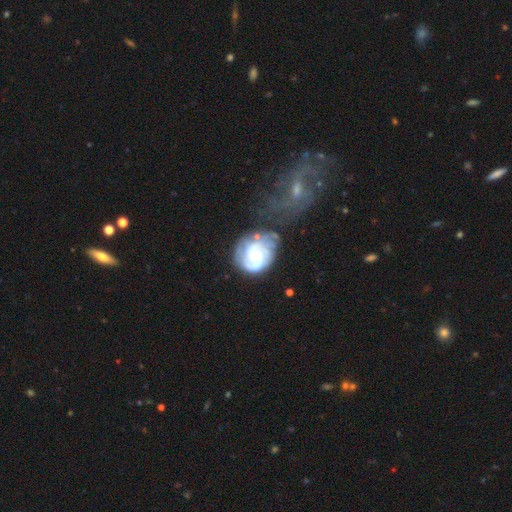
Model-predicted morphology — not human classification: Smooth or featured? Predicted: featured or disk (p=0.79). Edge-on disk? Predicted: no (p=0.98). Bar? Predicted: no (p=0.61). Spiral arms? Predicted: yes (p=0.92). Spiral winding? Predicted: tight (p=0.56). Spiral arm count? Predicted: 2 (p=0.43). Bulge size? Predicted: small (p=0.48). Merging? Predicted: none (p=0.44).